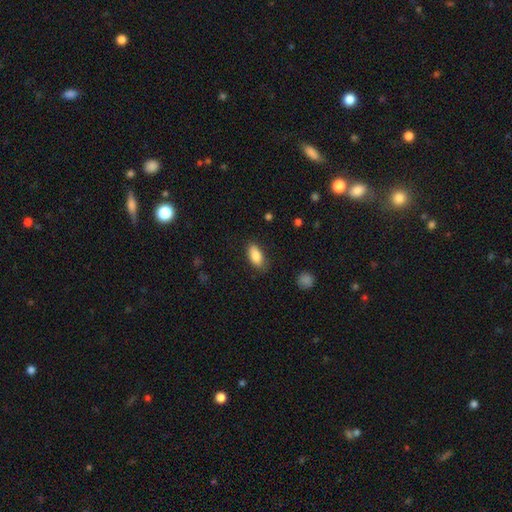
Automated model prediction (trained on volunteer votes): Smooth or featured: smooth — 86% (featured or disk — 7%)
How rounded: in between — 89% (cigar-shaped — 7%)
Merging: none — 79% (minor disturbance — 16%)